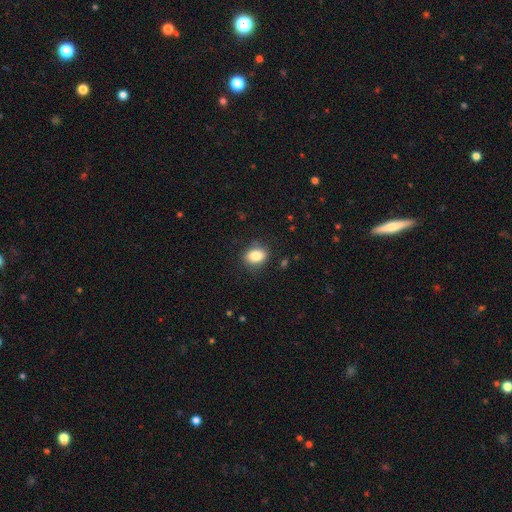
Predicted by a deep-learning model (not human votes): Q: Smooth or featured?
A: smooth (84%); runner-up: star or artifact (9%)
Q: How rounded?
A: in between (65%); runner-up: round (34%)
Q: Merging?
A: none (84%); runner-up: minor disturbance (12%)